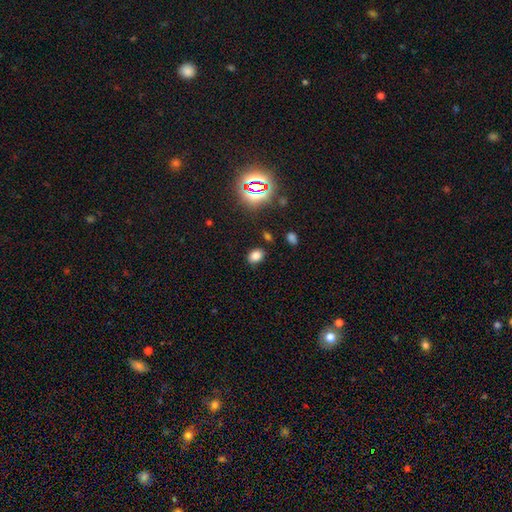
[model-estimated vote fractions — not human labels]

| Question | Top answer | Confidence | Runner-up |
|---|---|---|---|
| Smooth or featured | smooth | 75% | star or artifact (19%) |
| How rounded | in between | 70% | round (29%) |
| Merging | none | 82% | minor disturbance (11%) |